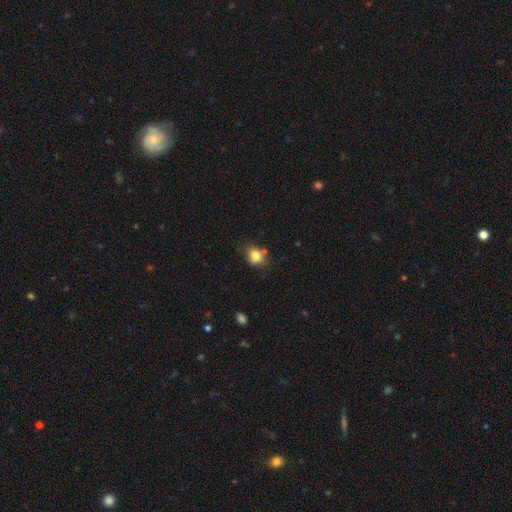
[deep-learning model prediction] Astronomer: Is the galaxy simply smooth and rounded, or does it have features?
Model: smooth — 81%.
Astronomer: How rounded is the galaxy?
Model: round — 58% (runner-up: in between, 41%).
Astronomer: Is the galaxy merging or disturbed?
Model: none — 58%.